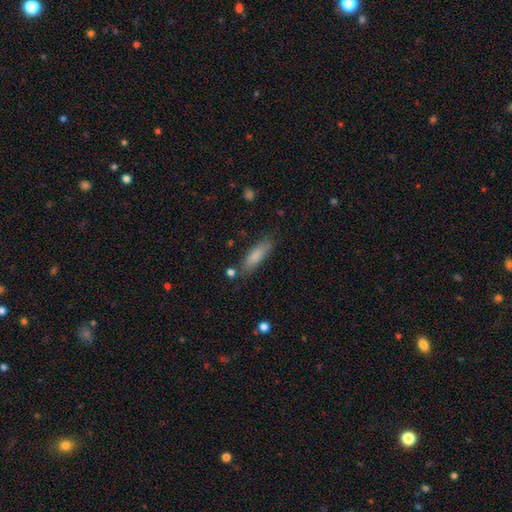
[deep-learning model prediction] Smooth or featured: smooth — 81% (featured or disk — 13%)
How rounded: cigar-shaped — 61% (in between — 38%)
Merging: none — 77% (minor disturbance — 15%)